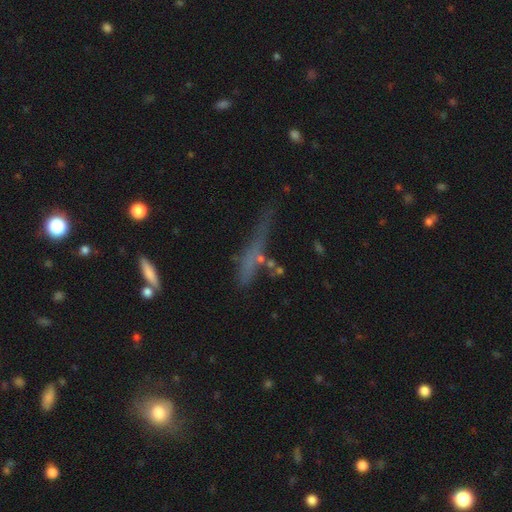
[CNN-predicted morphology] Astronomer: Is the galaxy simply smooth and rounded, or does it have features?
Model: smooth — 41% (runner-up: featured or disk, 37%).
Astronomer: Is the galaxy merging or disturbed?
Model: none — 49%.